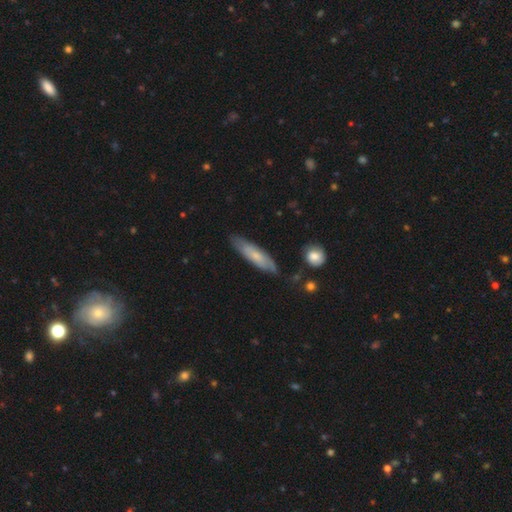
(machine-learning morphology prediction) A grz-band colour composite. It shows a smooth galaxy with no disk features (59%) that is cigar-shaped (71%). Merging: none (76%).